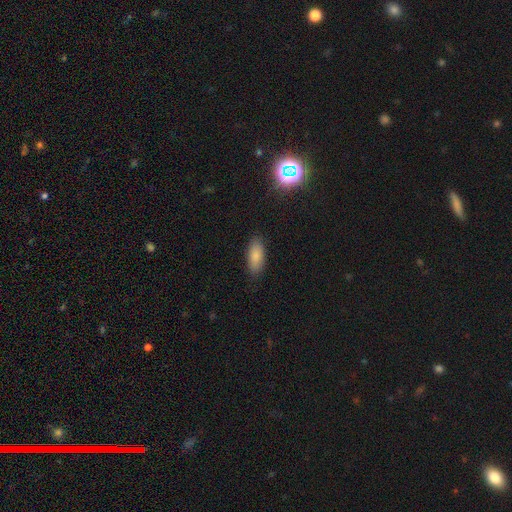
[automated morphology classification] smooth_or_featured: smooth (p=0.84) [alt: featured or disk p=0.08]
how_rounded: in between (p=0.83) [alt: cigar-shaped p=0.15]
merging: none (p=0.86) [alt: minor disturbance p=0.11]